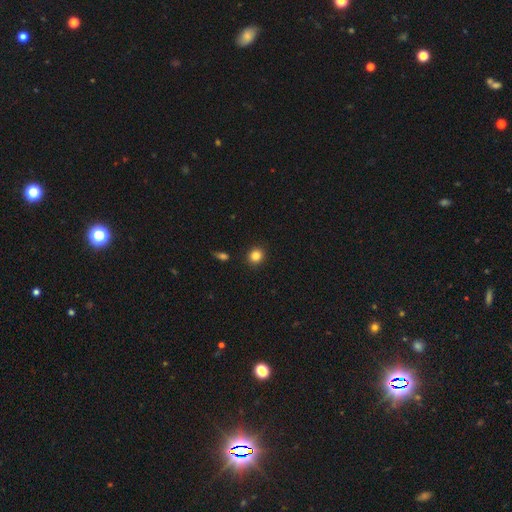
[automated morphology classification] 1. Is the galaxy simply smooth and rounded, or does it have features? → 84% smooth, 11% star or artifact, 5% featured or disk.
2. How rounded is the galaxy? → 87% round, 12% in between, 1% cigar-shaped.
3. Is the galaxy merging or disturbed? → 91% none, 6% minor disturbance, 2% merger, 2% major disturbance.